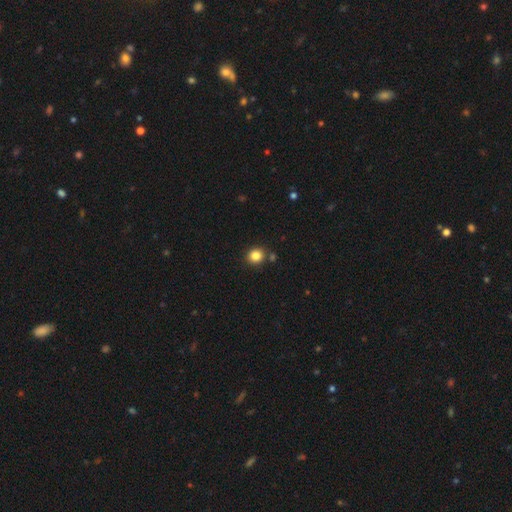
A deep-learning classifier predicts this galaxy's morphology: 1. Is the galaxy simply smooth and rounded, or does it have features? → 85% smooth, 11% star or artifact, 4% featured or disk.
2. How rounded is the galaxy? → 85% round, 14% in between, 1% cigar-shaped.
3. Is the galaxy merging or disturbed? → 83% none, 8% minor disturbance, 6% merger, 2% major disturbance.